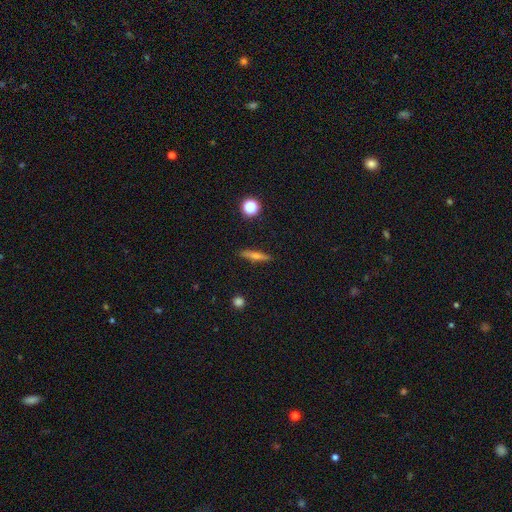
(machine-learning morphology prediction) This appears to be a smooth galaxy with no disk features (47%). Merging: none (89%).